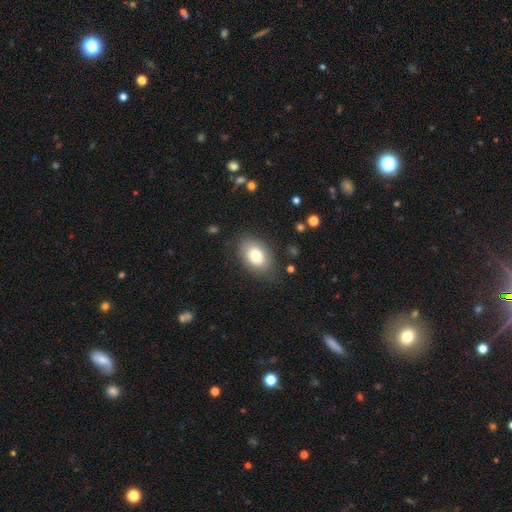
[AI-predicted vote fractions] A smooth galaxy with no disk features (77%) that is in between round and cigar-shaped (83%). Merging: none (75%).